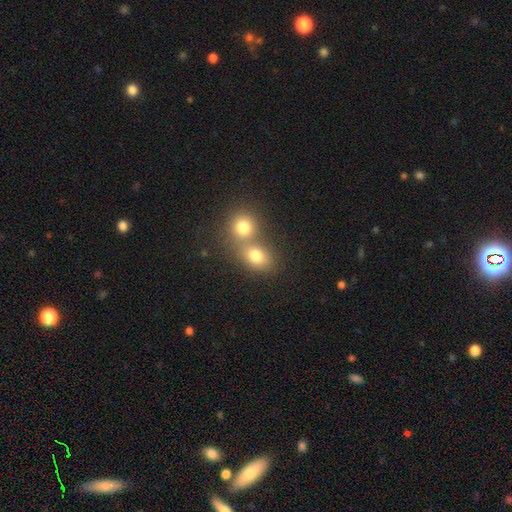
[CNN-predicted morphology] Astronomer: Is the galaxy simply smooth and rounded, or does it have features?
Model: smooth — 78%.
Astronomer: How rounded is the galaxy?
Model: round — 56% (runner-up: in between, 42%).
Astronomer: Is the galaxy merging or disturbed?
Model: merger — 55% (runner-up: none, 36%).